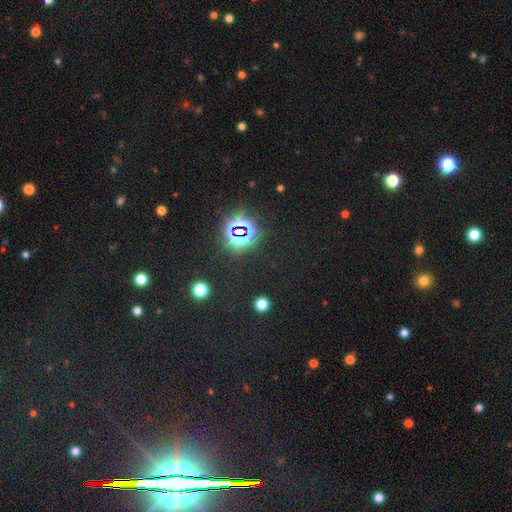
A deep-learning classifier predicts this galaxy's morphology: A star or artifact, not a galaxy (81%).

Vote fractions:
- Smooth or featured? star or artifact: 81% / smooth: 12% / featured or disk: 7%